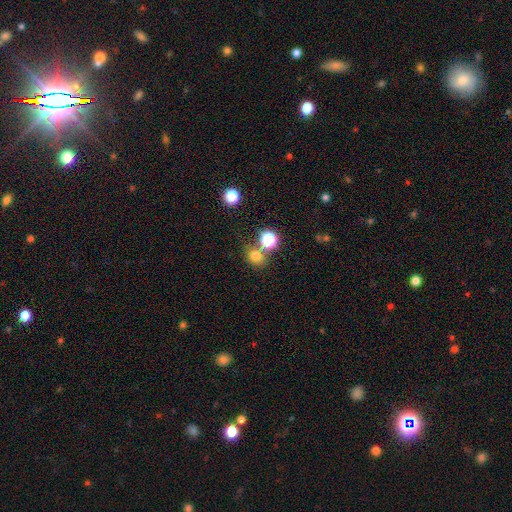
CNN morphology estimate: Smooth or featured? Predicted: smooth (p=0.69). How rounded? Predicted: round (p=0.74). Merging? Predicted: none (p=0.61).